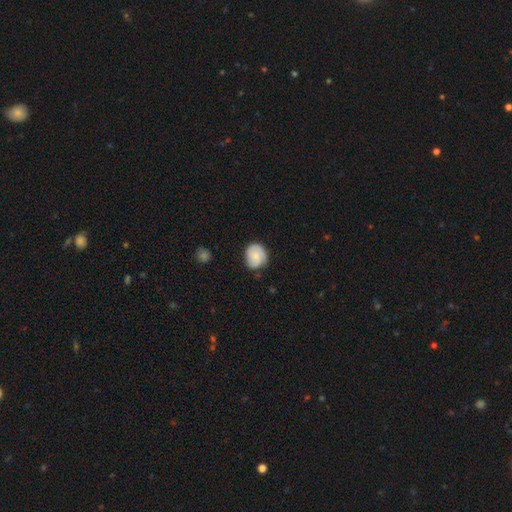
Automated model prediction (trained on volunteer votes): A smooth galaxy with no disk features (60%) that is round (68%). Merging: none (69%).